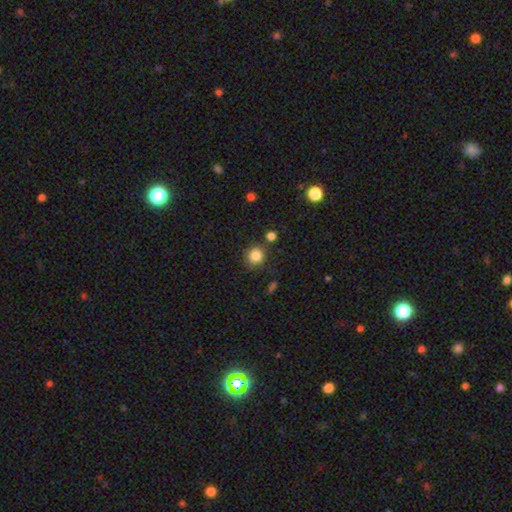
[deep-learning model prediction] A smooth galaxy with no disk features (84%) that is round (88%).

Vote fractions:
- Smooth or featured? smooth: 84% / star or artifact: 11% / featured or disk: 5%
- How rounded? round: 88% / in between: 11% / cigar-shaped: 1%
- Merging? none: 81% / minor disturbance: 10% / merger: 6% / major disturbance: 3%